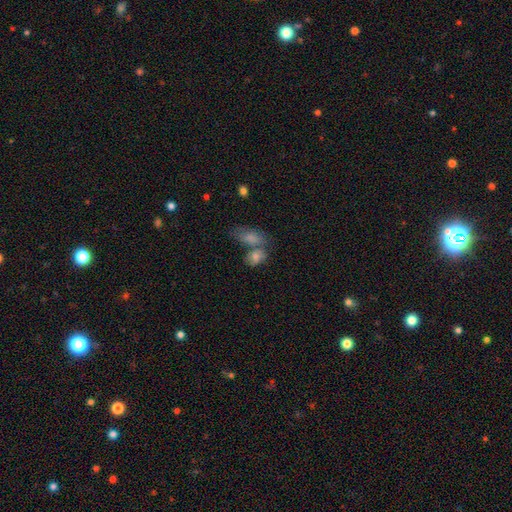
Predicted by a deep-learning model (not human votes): smooth 65%, featured or disk 21%, star or artifact 14%. Down the decision tree: how rounded — in between (76%); merging — merger (42%).